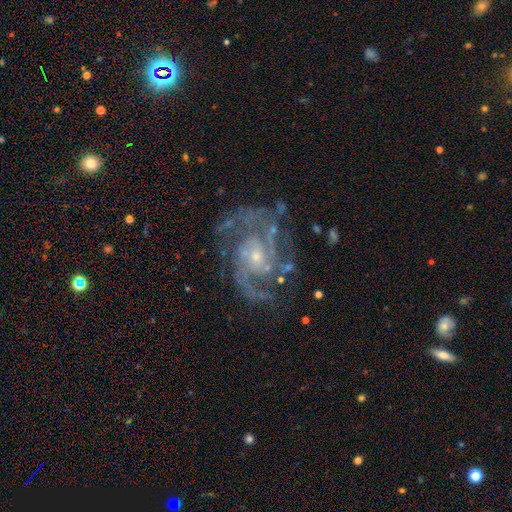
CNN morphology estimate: The model was most divided on "spiral winding": medium: 51%, tight: 35%, loose: 14%. Remaining: edge-on disk — no (98%); spiral arms — yes (96%); smooth or featured — featured or disk (89%); merging — none (68%); bulge size — small (66%); bar — no (65%); spiral arm count — 2 (44%).